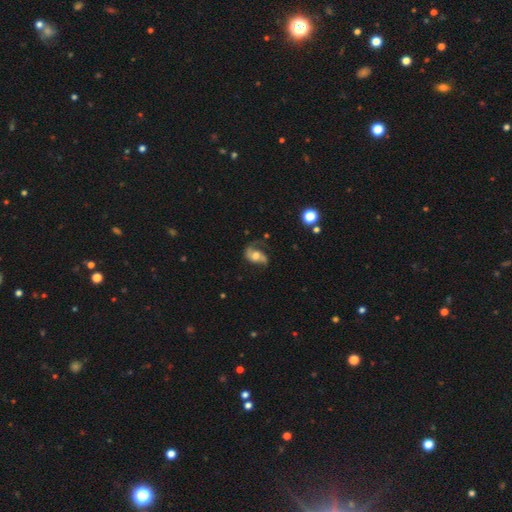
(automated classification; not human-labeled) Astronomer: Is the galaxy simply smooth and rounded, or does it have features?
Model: featured or disk — 71%.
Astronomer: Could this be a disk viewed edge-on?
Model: no — 96%.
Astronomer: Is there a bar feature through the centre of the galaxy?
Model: no — 62%.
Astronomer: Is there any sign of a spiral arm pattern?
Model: yes — 90%.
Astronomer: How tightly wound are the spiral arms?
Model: loose — 52% (runner-up: medium, 36%).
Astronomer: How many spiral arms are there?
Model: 2 — 77%.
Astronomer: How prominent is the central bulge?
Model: moderate — 61%.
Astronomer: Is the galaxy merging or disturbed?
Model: none — 50%.